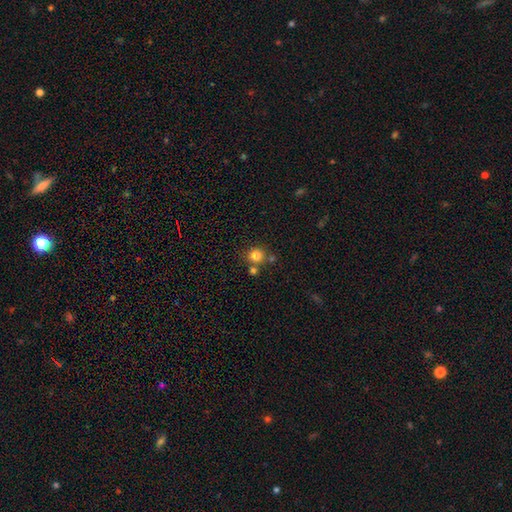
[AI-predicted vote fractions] Smooth or featured? Predicted: smooth (p=0.82). How rounded? Predicted: round (p=0.90). Merging? Predicted: none (p=0.70).